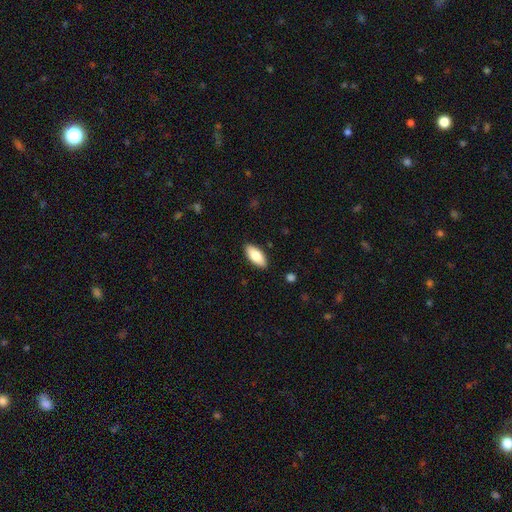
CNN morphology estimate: The model was most divided on "smooth or featured": smooth: 82%, featured or disk: 12%, star or artifact: 6%. More confident: merging — none (88%); how rounded — in between (87%).